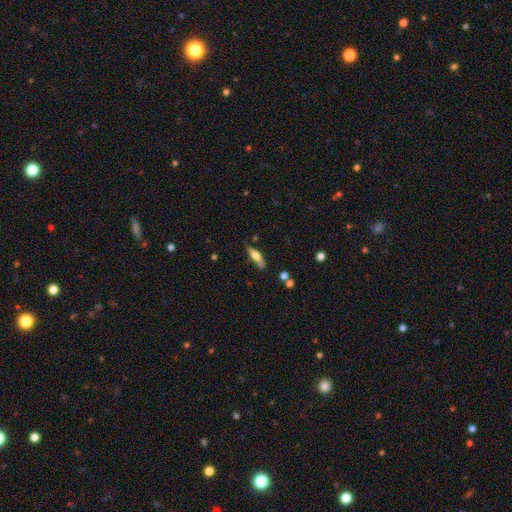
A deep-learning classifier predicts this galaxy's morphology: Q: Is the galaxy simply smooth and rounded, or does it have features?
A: smooth — 48%.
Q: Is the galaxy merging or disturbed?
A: none — 72%.